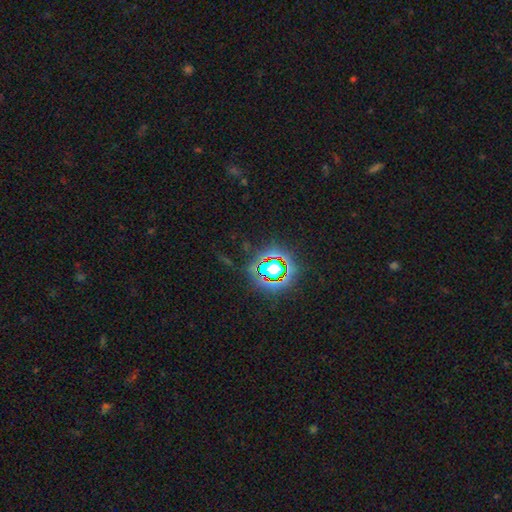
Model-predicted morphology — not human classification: Smooth or featured? star or artifact (80%)